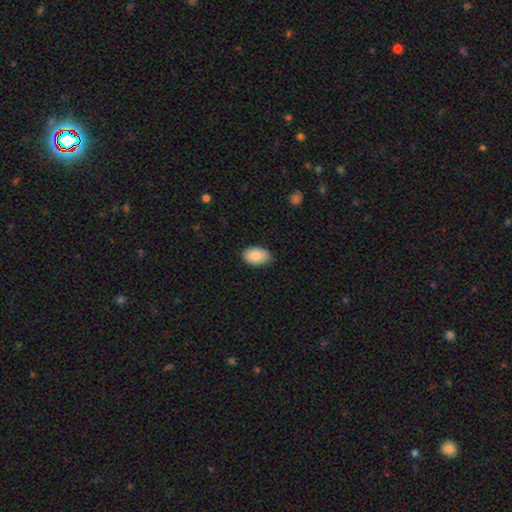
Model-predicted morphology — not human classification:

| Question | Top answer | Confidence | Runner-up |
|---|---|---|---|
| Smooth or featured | smooth | 89% | star or artifact (6%) |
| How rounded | in between | 90% | round (9%) |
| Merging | none | 82% | minor disturbance (14%) |